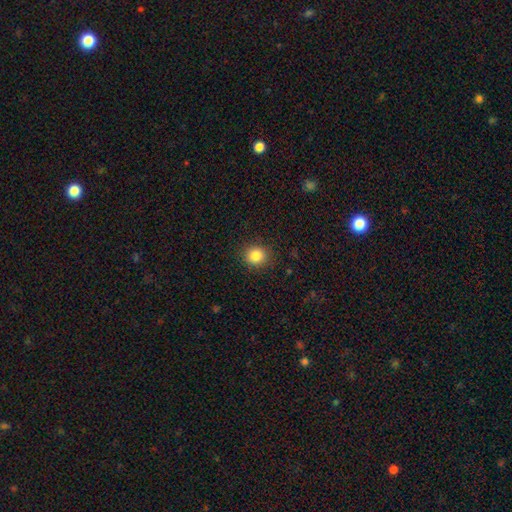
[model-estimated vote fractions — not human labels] Smooth or featured? Predicted: smooth (p=0.85). How rounded? Predicted: round (p=0.87). Merging? Predicted: none (p=0.90).